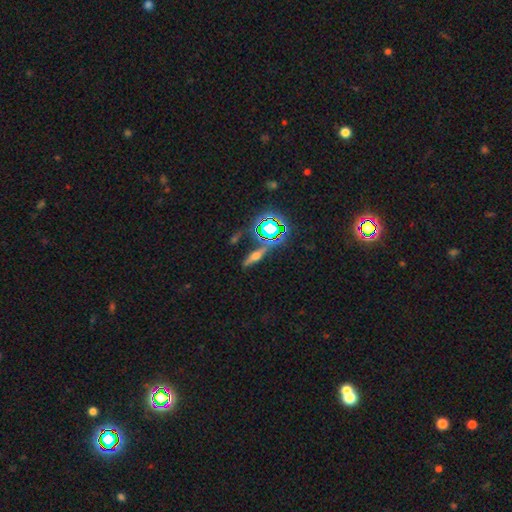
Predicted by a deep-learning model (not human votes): featured or disk 40%, smooth 32%, star or artifact 28%. Down the decision tree: merging — none (71%).